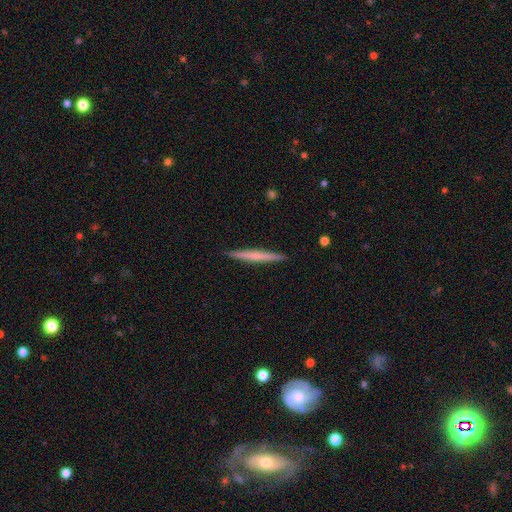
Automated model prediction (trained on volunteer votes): A featured or disk galaxy (49%).

Vote fractions:
- Smooth or featured? featured or disk: 49% / smooth: 46% / star or artifact: 5%
- Merging? none: 92% / minor disturbance: 6% / major disturbance: 1% / merger: 1%